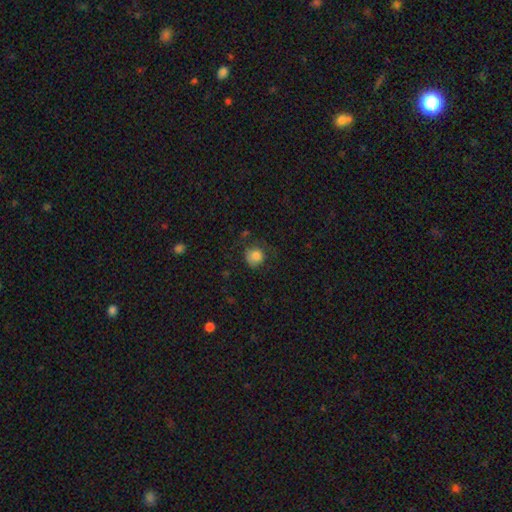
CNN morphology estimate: This is clearly a smooth galaxy (83%). How rounded: clearly round (86%). Merging: likely none (61%).